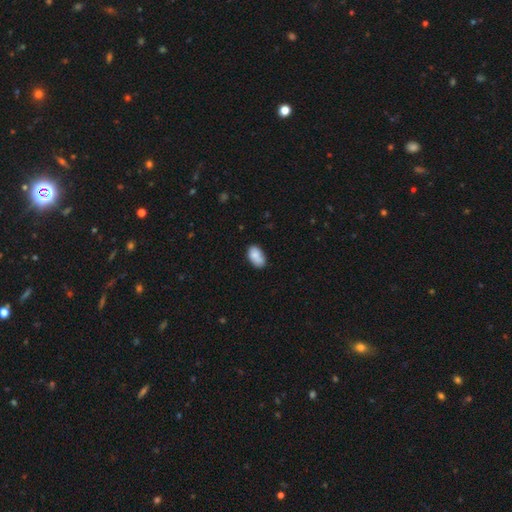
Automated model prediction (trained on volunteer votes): Overall: smooth (82%). How rounded: in between (92%). Merging: none (67%).